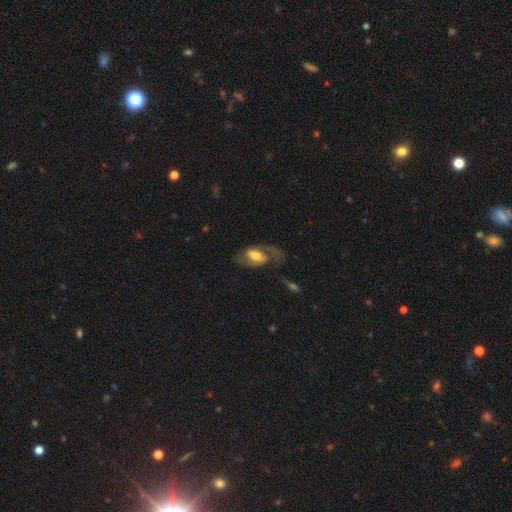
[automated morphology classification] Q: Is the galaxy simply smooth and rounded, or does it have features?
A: featured or disk — 61%.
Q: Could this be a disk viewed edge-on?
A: no — 92%.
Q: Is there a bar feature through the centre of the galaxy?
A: weak — 41%.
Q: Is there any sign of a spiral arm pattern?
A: yes — 80%.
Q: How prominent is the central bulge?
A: moderate — 55%.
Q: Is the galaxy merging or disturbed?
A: none — 45%.